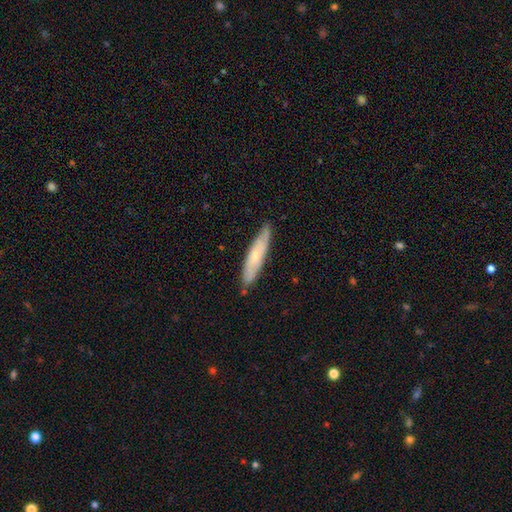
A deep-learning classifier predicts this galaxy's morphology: smooth-or-featured: smooth: 56% | featured or disk: 38% | star or artifact: 6%
  how-rounded: cigar-shaped: 84% | in between: 15% | round: 1%
  merging: none: 83% | minor disturbance: 14% | major disturbance: 2% | merger: 1%